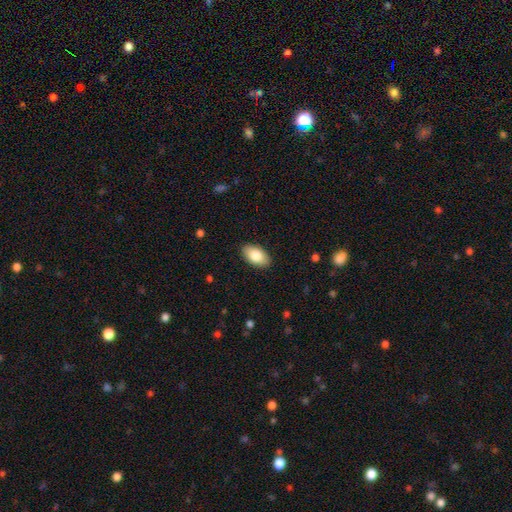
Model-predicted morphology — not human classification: Overall: smooth (83%). How rounded: in between (95%). Merging: none (89%).